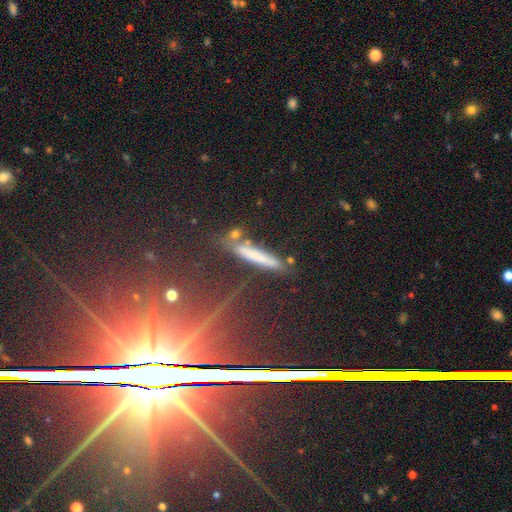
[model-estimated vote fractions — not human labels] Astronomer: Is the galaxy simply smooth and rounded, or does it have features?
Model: smooth — 62%.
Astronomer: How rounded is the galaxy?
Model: cigar-shaped — 91%.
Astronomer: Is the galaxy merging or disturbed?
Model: none — 73%.